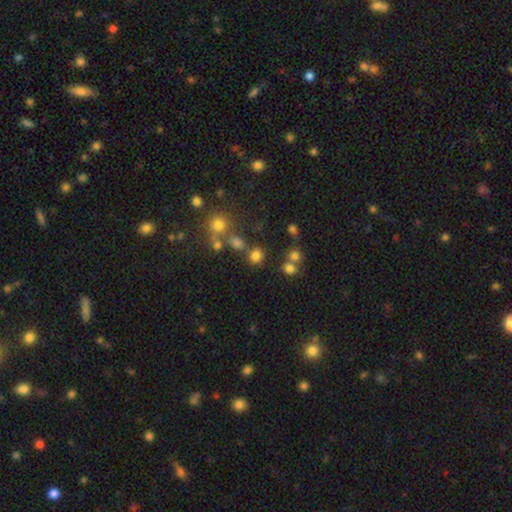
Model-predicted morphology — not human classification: smooth_or_featured: smooth (p=0.76) [alt: star or artifact p=0.17]
how_rounded: round (p=0.81) [alt: in between p=0.18]
merging: none (p=0.73) [alt: merger p=0.13]